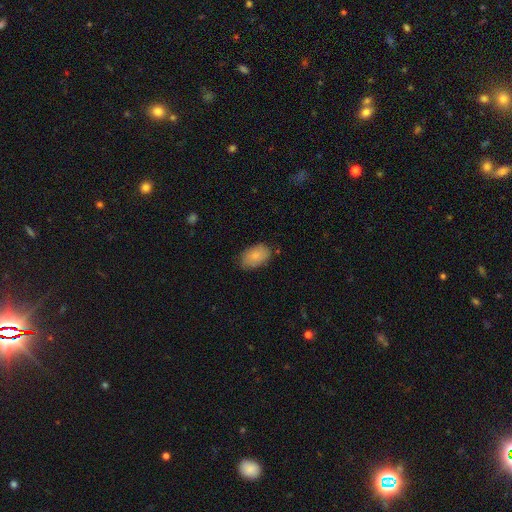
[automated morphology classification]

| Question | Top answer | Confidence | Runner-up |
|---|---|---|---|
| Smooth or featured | smooth | 81% | featured or disk (13%) |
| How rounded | in between | 90% | round (8%) |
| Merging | none | 77% | minor disturbance (18%) |